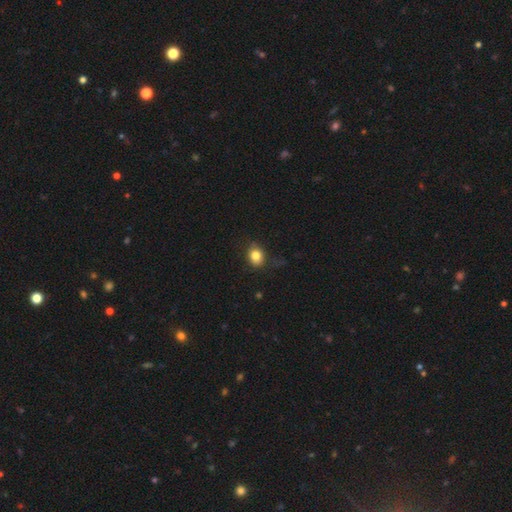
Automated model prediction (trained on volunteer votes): Morphology: type=smooth (81%); roundness=round (54%); merging=none (71%).